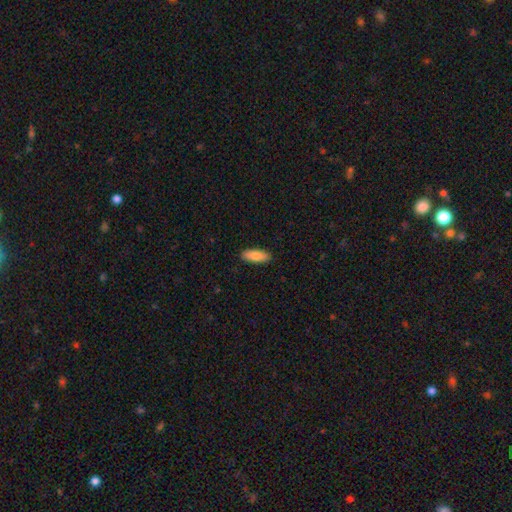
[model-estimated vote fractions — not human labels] Overall: smooth (82%). How rounded: in between (70%). Merging: none (90%).